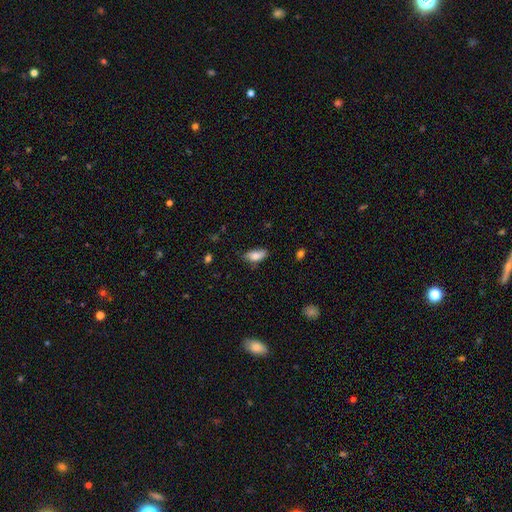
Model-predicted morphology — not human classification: smooth_or_featured: smooth (p=0.83) [alt: featured or disk p=0.10]
how_rounded: in between (p=0.88) [alt: cigar-shaped p=0.10]
merging: none (p=0.63) [alt: minor disturbance p=0.29]